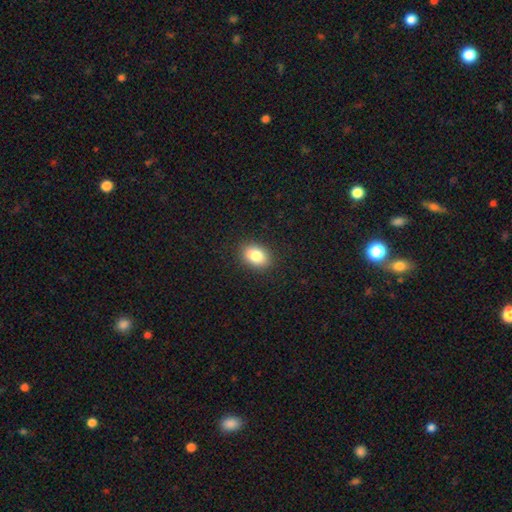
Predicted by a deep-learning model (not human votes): smooth 84%, star or artifact 8%, featured or disk 7%. Down the decision tree: how rounded — in between (80%); merging — none (89%).